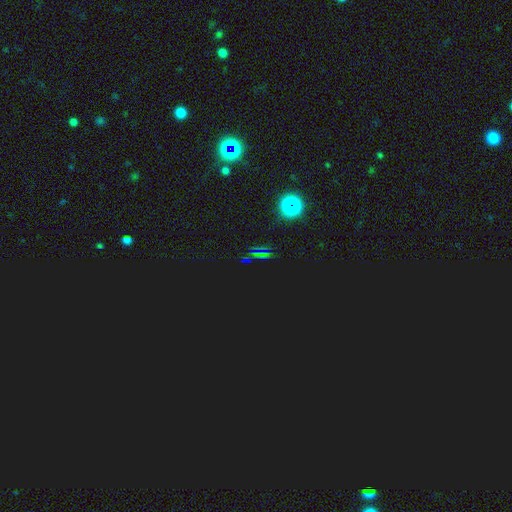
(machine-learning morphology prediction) This appears to be a star or artifact, not a galaxy (73%).